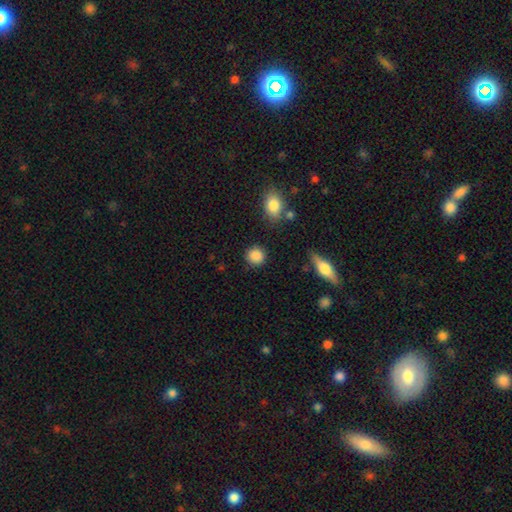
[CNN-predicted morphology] smooth 87%, star or artifact 9%, featured or disk 4%. Down the decision tree: how rounded — round (88%); merging — none (87%).